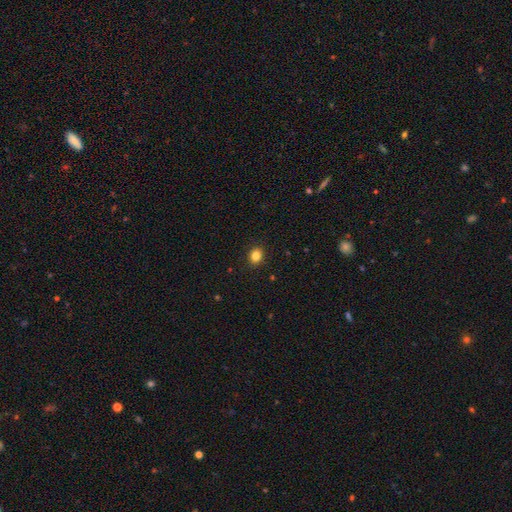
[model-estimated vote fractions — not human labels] This appears to be a smooth galaxy with no disk features (84%) that is round (60%). Merging: none (90%).